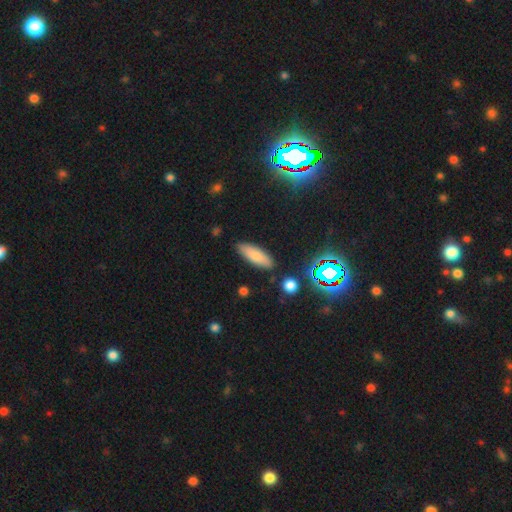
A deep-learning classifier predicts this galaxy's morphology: Smooth or featured? smooth (79%)
How rounded? in between (58%)
Merging? none (85%)